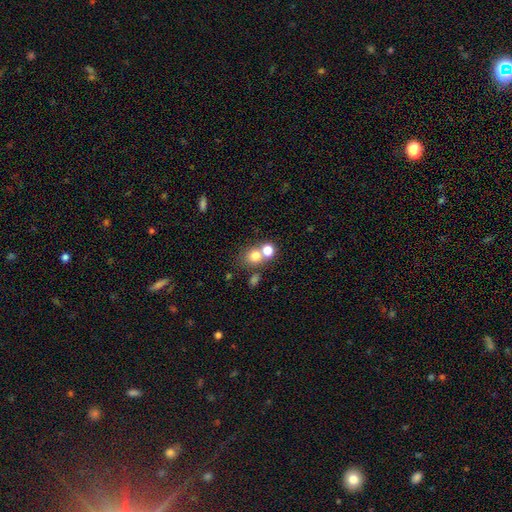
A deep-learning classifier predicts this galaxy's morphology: Q: Smooth or featured?
A: smooth (74%); runner-up: star or artifact (15%)
Q: How rounded?
A: round (76%); runner-up: in between (23%)
Q: Merging?
A: none (48%); runner-up: merger (41%)